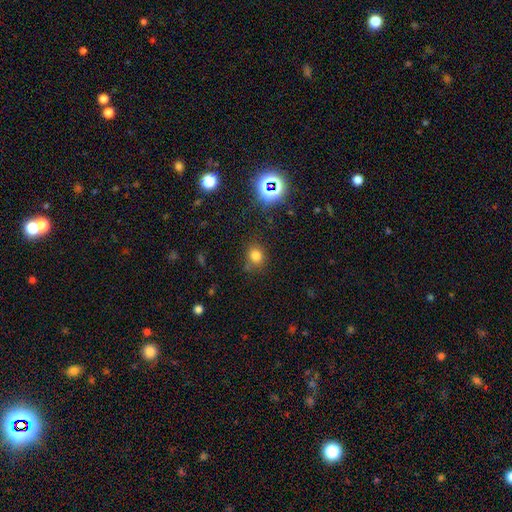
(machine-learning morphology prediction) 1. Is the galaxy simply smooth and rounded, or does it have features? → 75% smooth, 19% star or artifact, 6% featured or disk.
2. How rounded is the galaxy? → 74% round, 25% in between, 1% cigar-shaped.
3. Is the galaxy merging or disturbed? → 76% none, 15% minor disturbance, 5% major disturbance, 5% merger.